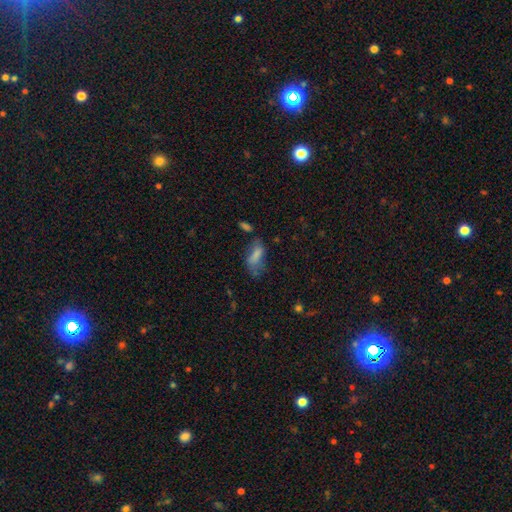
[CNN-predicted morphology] smooth 69%, featured or disk 20%, star or artifact 11%. Down the decision tree: how rounded — in between (78%); merging — none (36%).